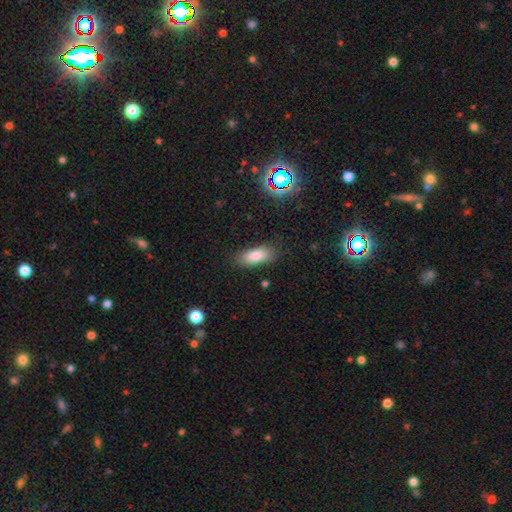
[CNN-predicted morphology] This appears to be a smooth galaxy with no disk features (81%) that is in between round and cigar-shaped (81%). Merging: none (83%).